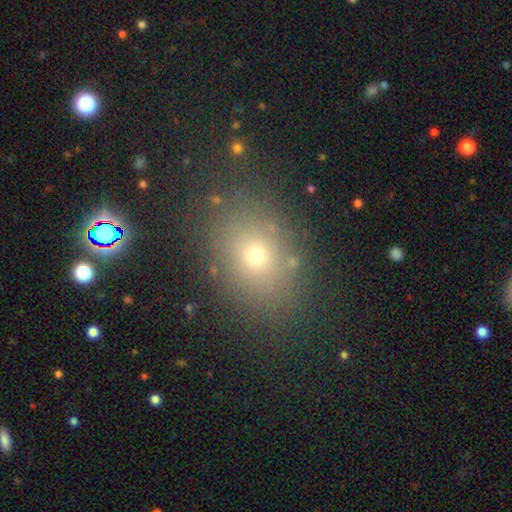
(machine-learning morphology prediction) Q: Smooth or featured?
A: smooth (65%); runner-up: star or artifact (23%)
Q: How rounded?
A: in between (58%); runner-up: round (41%)
Q: Merging?
A: none (84%); runner-up: minor disturbance (10%)